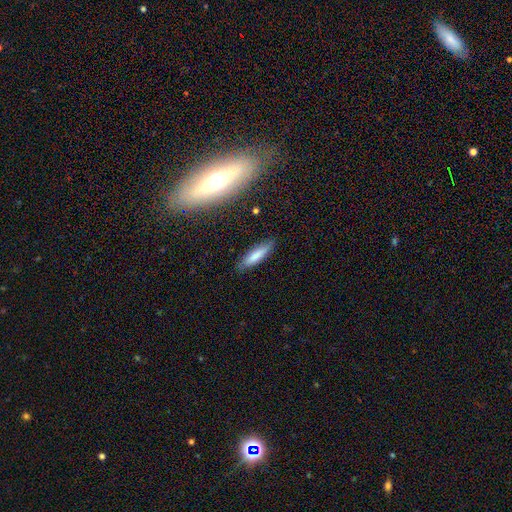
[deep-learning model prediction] Smooth or featured? Predicted: smooth (p=0.76). How rounded? Predicted: cigar-shaped (p=0.75). Merging? Predicted: none (p=0.82).